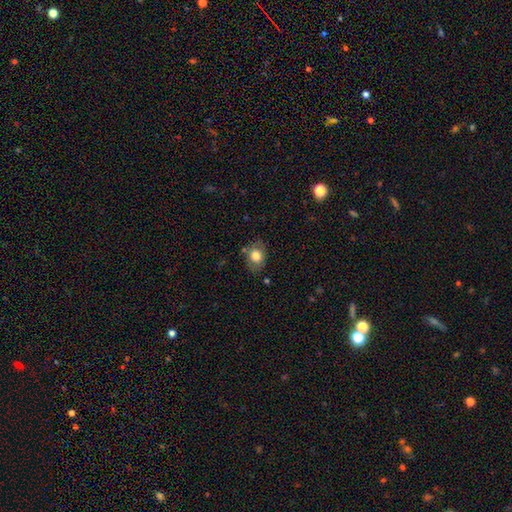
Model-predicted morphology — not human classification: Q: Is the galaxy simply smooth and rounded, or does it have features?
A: smooth — 76%.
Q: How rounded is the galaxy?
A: in between — 67%.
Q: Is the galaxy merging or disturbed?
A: none — 75%.